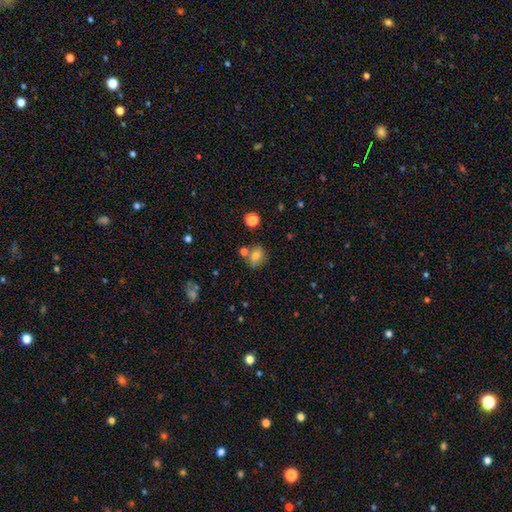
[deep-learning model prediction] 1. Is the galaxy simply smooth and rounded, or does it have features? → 76% smooth, 13% star or artifact, 11% featured or disk.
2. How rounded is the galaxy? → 61% round, 38% in between, 1% cigar-shaped.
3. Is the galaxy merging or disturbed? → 69% none, 14% merger, 13% minor disturbance, 4% major disturbance.